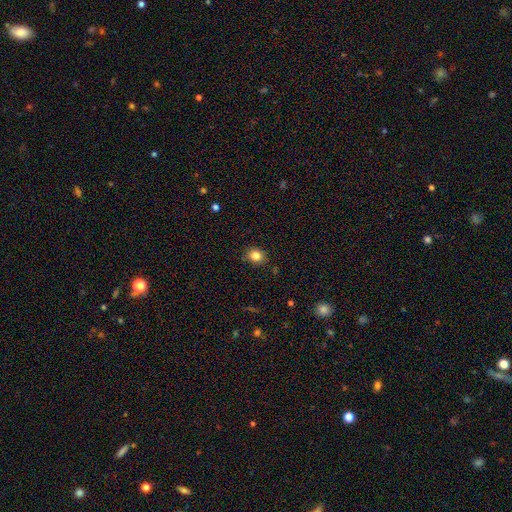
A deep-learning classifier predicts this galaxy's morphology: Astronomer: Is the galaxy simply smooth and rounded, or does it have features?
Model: smooth — 83%.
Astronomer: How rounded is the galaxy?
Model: round — 63%.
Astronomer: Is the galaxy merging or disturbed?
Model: none — 88%.